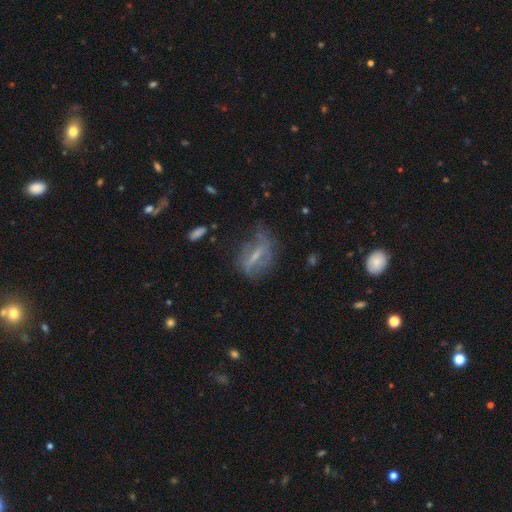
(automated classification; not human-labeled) Overall: featured or disk (61%; smooth 27%). Edge-on disk: no (80%). Merging: none (46%; minor disturbance 28%).